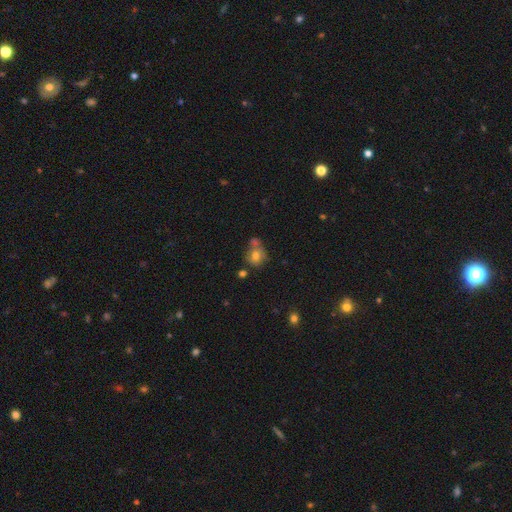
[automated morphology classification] smooth 73%, featured or disk 15%, star or artifact 12%. Down the decision tree: how rounded — round (72%); merging — none (50%).